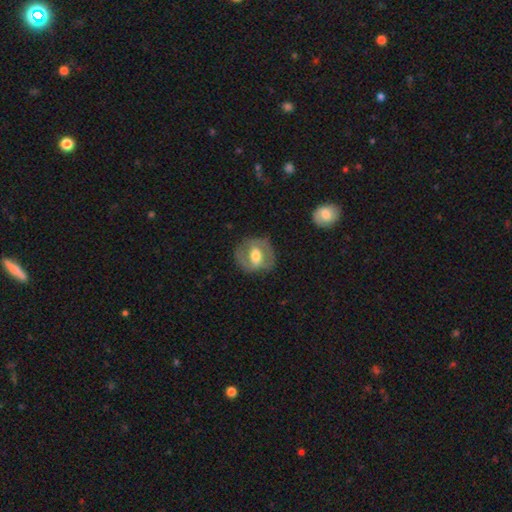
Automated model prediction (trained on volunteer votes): The model was most divided on "bar": weak: 39%, no: 32%, strong: 29%. More confident: edge-on disk — no (94%); merging — none (75%); bulge size — moderate (64%); spiral arms — no (58%); smooth or featured — featured or disk (57%).